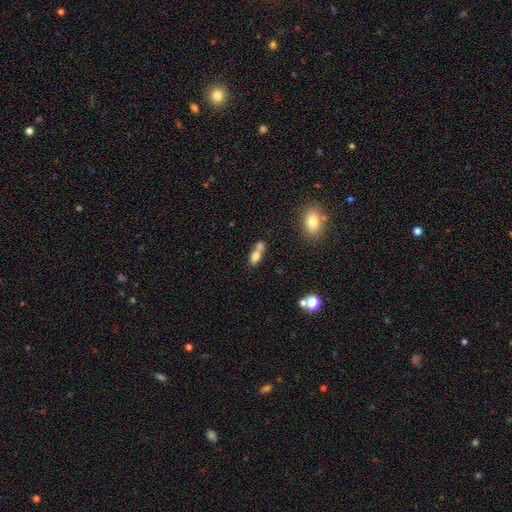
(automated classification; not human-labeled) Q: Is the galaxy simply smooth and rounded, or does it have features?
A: smooth — 74%.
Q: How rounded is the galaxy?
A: in between — 76%.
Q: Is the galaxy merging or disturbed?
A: merger — 57%.